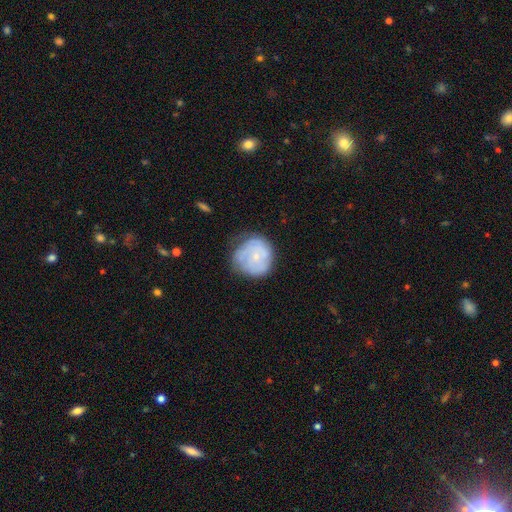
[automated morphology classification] This is possibly a featured or disk galaxy (50%). Merging: possibly none (55%).